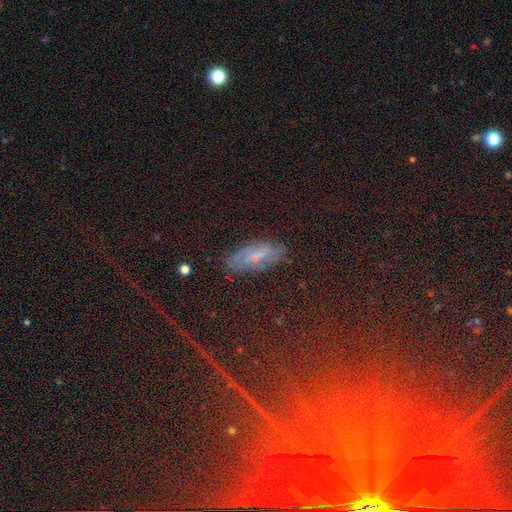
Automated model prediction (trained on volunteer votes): smooth 45%, star or artifact 28%, featured or disk 27%. Down the decision tree: merging — none (77%).